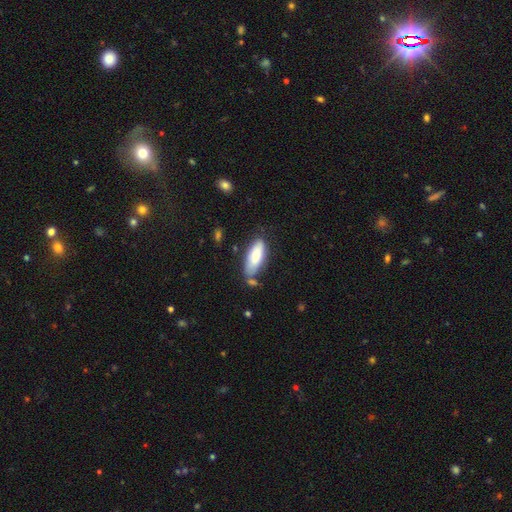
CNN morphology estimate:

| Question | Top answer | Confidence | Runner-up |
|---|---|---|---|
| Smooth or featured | smooth | 80% | featured or disk (15%) |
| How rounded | in between | 74% | cigar-shaped (24%) |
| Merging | none | 64% | minor disturbance (22%) |